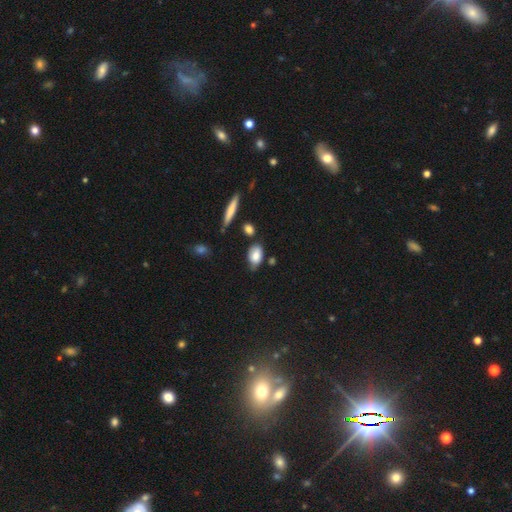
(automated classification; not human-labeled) Smooth or featured: smooth — 79% (featured or disk — 13%)
How rounded: in between — 89% (round — 7%)
Merging: none — 60% (minor disturbance — 28%)